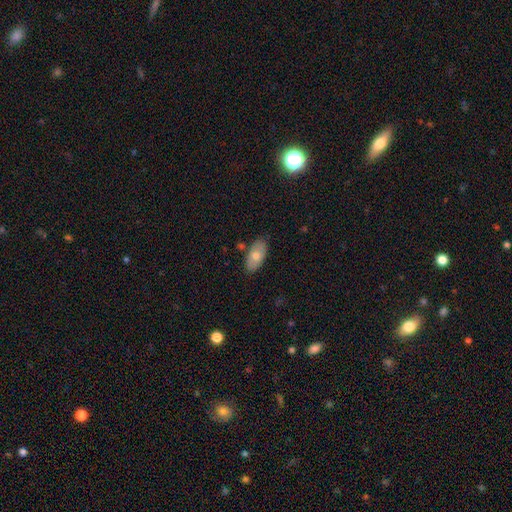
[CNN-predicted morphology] Smooth or featured: smooth — 65% (featured or disk — 28%)
How rounded: in between — 92% (cigar-shaped — 4%)
Merging: none — 82% (minor disturbance — 13%)